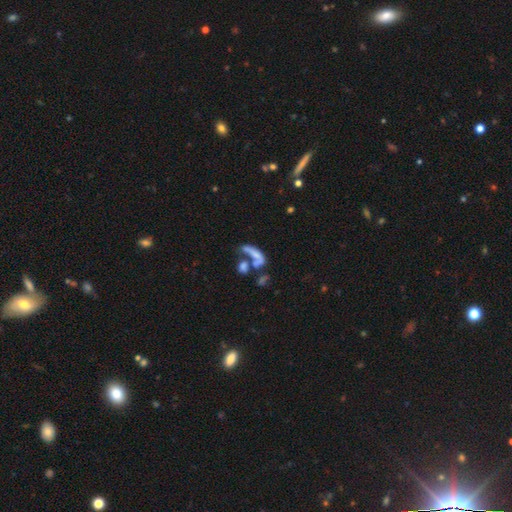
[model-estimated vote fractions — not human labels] smooth-or-featured: smooth: 49% | featured or disk: 37% | star or artifact: 14%
  merging: merger: 53% | major disturbance: 22% | none: 17% | minor disturbance: 8%